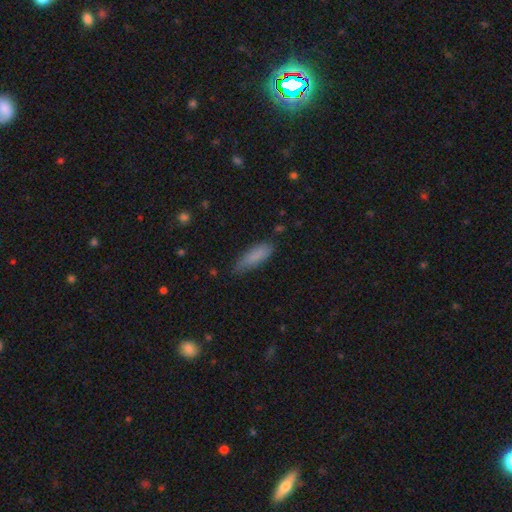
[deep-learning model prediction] A smooth galaxy with no disk features (85%) that is in between round and cigar-shaped (52%).

Vote fractions:
- Smooth or featured? smooth: 85% / featured or disk: 9% / star or artifact: 7%
- How rounded? in between: 52% / cigar-shaped: 46% / round: 2%
- Merging? none: 68% / minor disturbance: 25% / major disturbance: 5% / merger: 2%